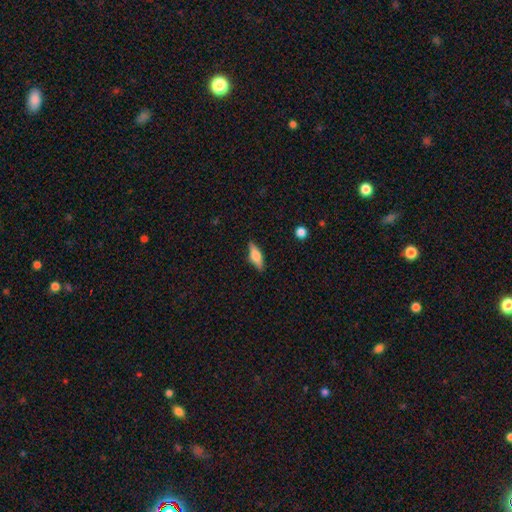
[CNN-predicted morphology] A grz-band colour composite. It shows a smooth galaxy with no disk features (58%) that is in between round and cigar-shaped (54%). Merging: none (86%).